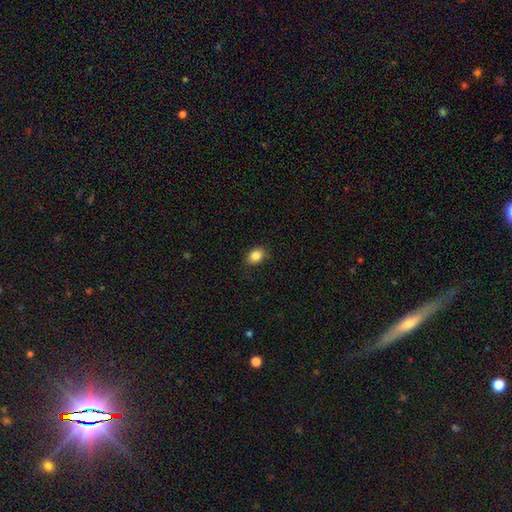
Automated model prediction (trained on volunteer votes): A smooth galaxy with no disk features (86%) that is in between round and cigar-shaped (68%).

Vote fractions:
- Smooth or featured? smooth: 86% / star or artifact: 9% / featured or disk: 5%
- How rounded? in between: 68% / round: 31% / cigar-shaped: 1%
- Merging? none: 84% / minor disturbance: 12% / major disturbance: 3% / merger: 1%